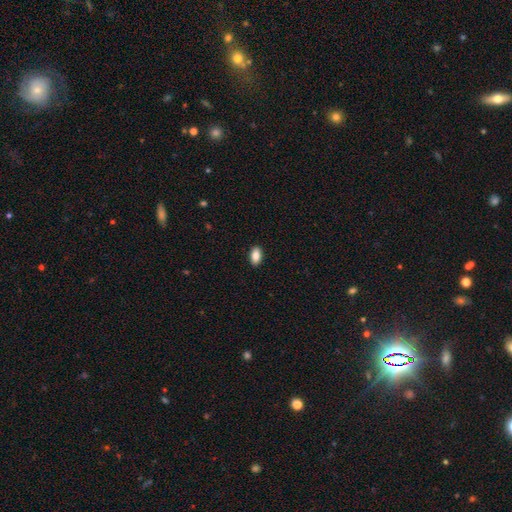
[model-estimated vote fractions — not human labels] Smooth or featured? smooth (87%)
How rounded? in between (91%)
Merging? none (90%)